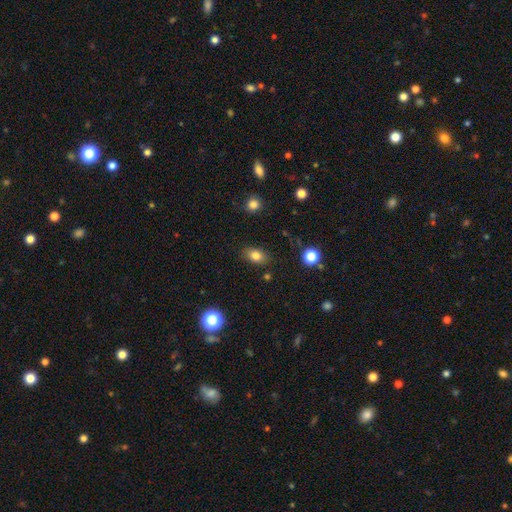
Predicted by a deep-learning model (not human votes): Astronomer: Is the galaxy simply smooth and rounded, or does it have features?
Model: smooth — 81%.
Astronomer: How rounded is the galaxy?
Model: in between — 82%.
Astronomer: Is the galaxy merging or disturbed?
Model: none — 85%.